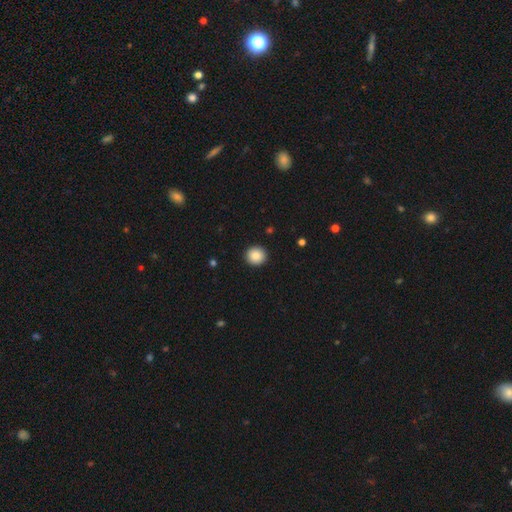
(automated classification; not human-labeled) Smooth or featured: smooth — 88% (star or artifact — 9%)
How rounded: round — 92% (in between — 7%)
Merging: none — 92% (minor disturbance — 5%)